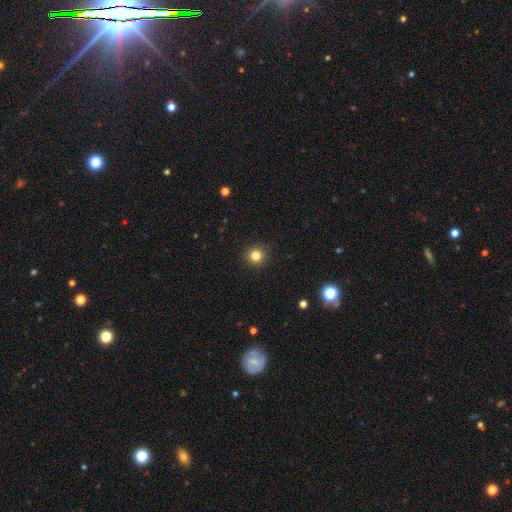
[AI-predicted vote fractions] Smooth or featured? Predicted: smooth (p=0.83). How rounded? Predicted: round (p=0.94). Merging? Predicted: none (p=0.92).